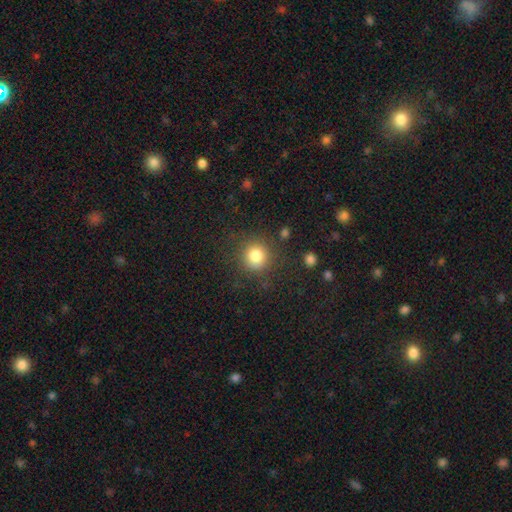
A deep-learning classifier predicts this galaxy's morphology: The model was most divided on "smooth or featured": smooth: 82%, star or artifact: 12%, featured or disk: 7%. More confident: how rounded — round (92%); merging — none (84%).